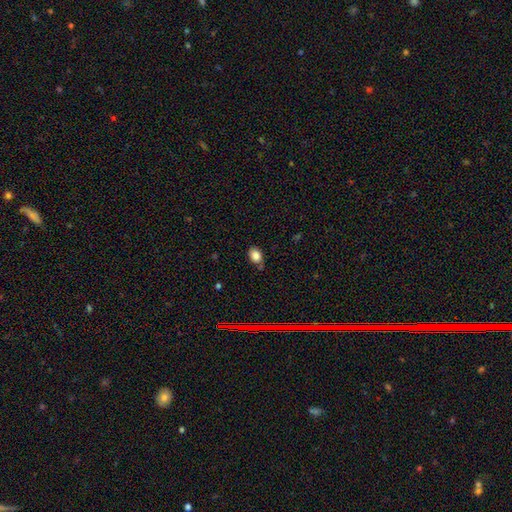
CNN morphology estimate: Smooth or featured: smooth — 83% (star or artifact — 10%)
How rounded: in between — 76% (round — 23%)
Merging: none — 70% (minor disturbance — 21%)